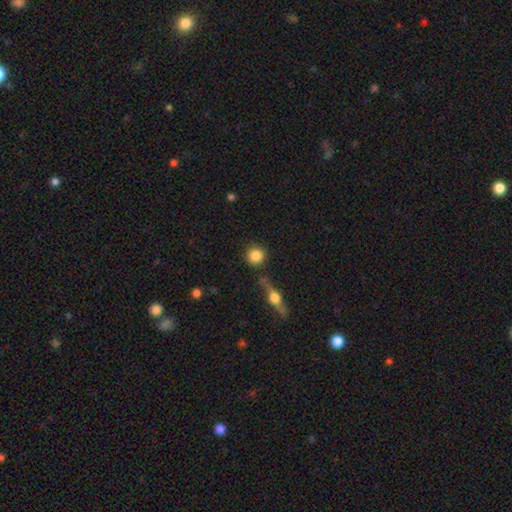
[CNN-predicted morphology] smooth-or-featured: smooth: 84% | star or artifact: 8% | featured or disk: 8%
  how-rounded: round: 93% | in between: 6% | cigar-shaped: 2%
  merging: none: 81% | minor disturbance: 8% | merger: 7% | major disturbance: 3%